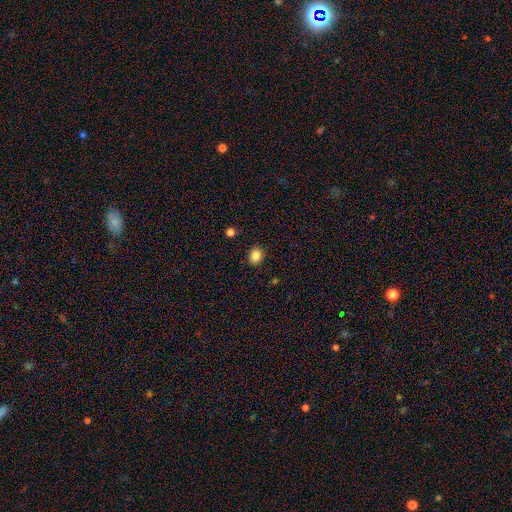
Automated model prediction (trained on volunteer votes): Smooth or featured?
  - smooth: 86% *
  - star or artifact: 10%
  - featured or disk: 4%
How rounded?
  - round: 60% *
  - in between: 40%
  - cigar-shaped: 1%
Merging?
  - none: 88% *
  - minor disturbance: 8%
  - major disturbance: 2%
  - merger: 2%